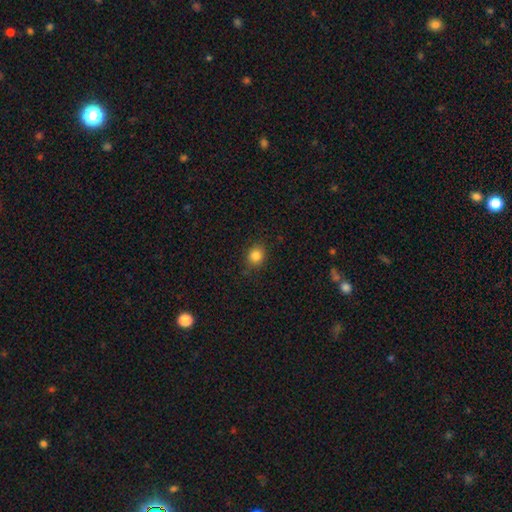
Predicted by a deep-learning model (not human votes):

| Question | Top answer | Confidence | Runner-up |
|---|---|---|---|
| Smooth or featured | smooth | 84% | star or artifact (11%) |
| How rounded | round | 71% | in between (28%) |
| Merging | none | 84% | minor disturbance (12%) |